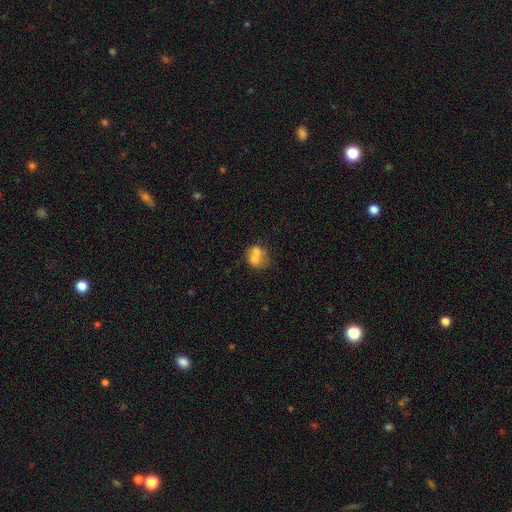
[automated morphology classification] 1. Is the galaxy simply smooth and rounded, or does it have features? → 64% smooth, 26% featured or disk, 11% star or artifact.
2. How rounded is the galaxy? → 56% round, 43% in between, 1% cigar-shaped.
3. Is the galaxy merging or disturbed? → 57% merger, 28% none, 10% minor disturbance, 6% major disturbance.